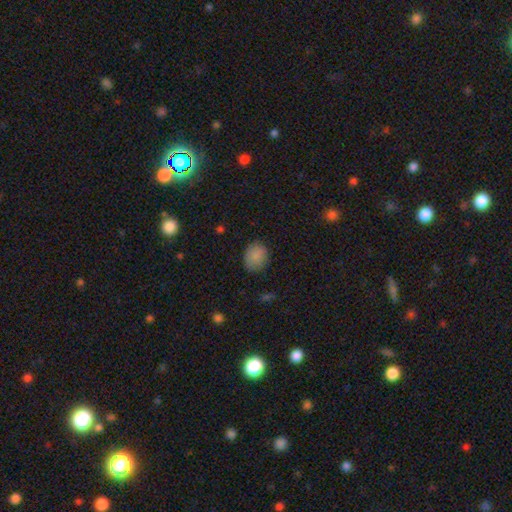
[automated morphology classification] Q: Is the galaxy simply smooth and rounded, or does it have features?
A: smooth — 86%.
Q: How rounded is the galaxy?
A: in between — 50%.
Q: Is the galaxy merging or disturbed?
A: none — 80%.